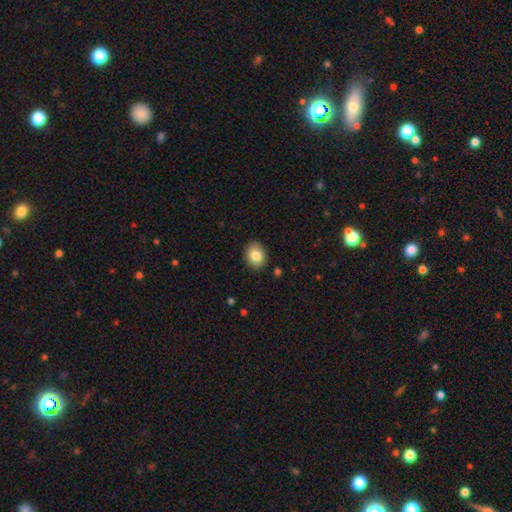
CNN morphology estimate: Smooth or featured?
  - smooth: 84% *
  - featured or disk: 8%
  - star or artifact: 8%
How rounded?
  - round: 52% *
  - in between: 47%
  - cigar-shaped: 1%
Merging?
  - none: 88% *
  - minor disturbance: 9%
  - major disturbance: 2%
  - merger: 1%